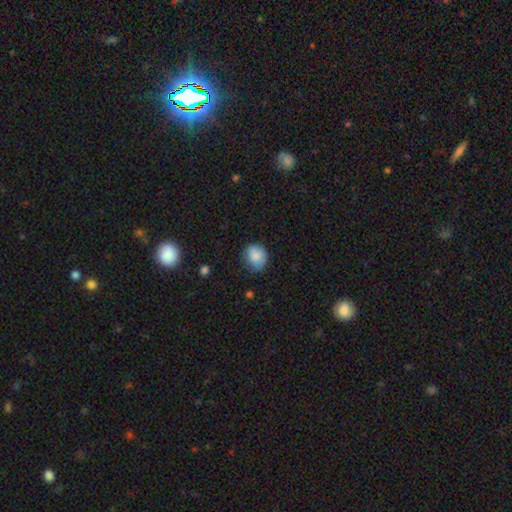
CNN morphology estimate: Smooth or featured? smooth (82%)
How rounded? round (67%)
Merging? none (64%)